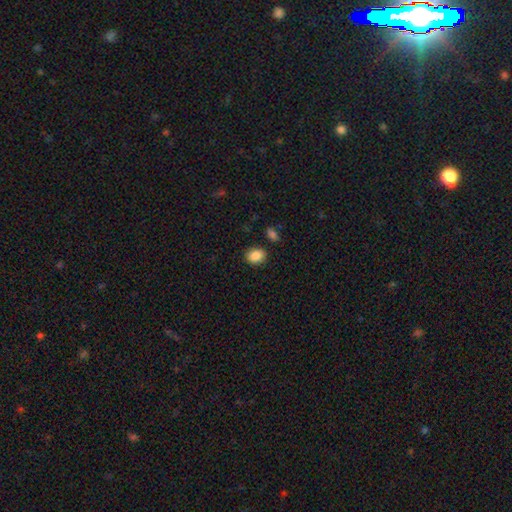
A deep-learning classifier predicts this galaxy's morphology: This is clearly a smooth galaxy (87%). How rounded: possibly in between (57%). Merging: clearly none (86%).